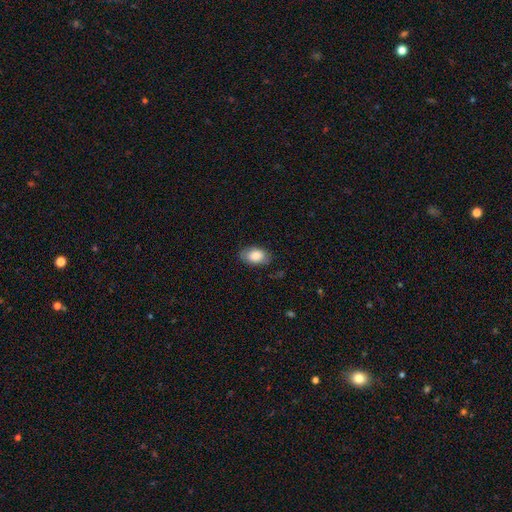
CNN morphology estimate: This is clearly a smooth galaxy (85%). How rounded: clearly in between (90%). Merging: clearly none (80%).